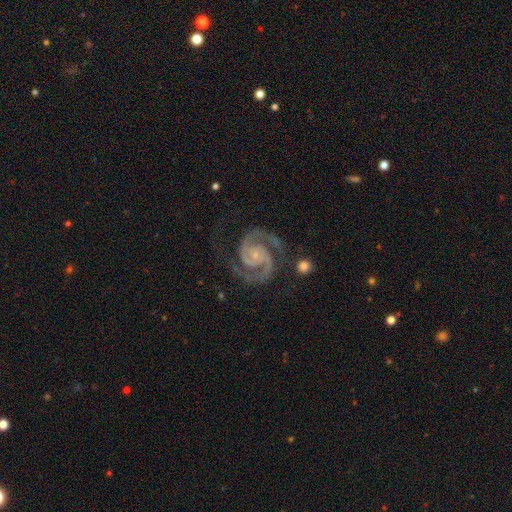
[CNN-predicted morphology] Overall: featured or disk (94%). Edge-on disk: no (98%). Bar: no (67%). Spiral arms: yes (99%). Spiral arm count: 2 (94%). Spiral winding: tight (49%; medium 46%). Bulge size: small (75%). Merging: none (76%).